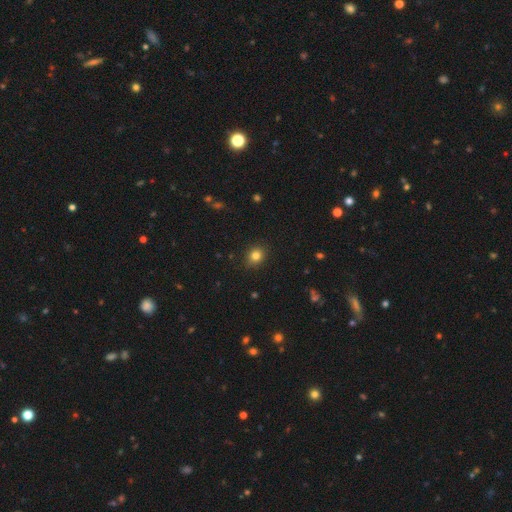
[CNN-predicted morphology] type=smooth (81%); roundness=round (69%); merging=none (88%).